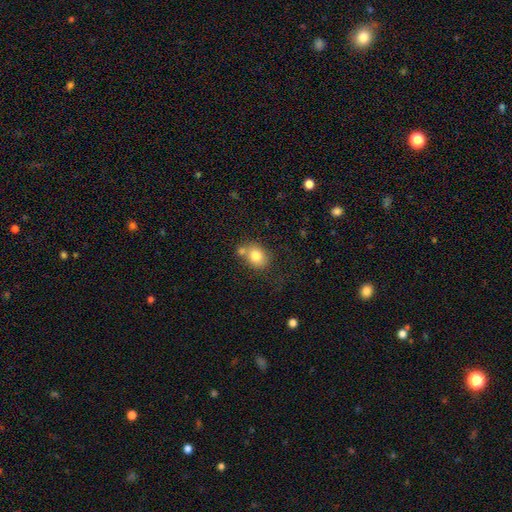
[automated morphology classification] Q: Smooth or featured?
A: smooth (80%); runner-up: featured or disk (10%)
Q: How rounded?
A: round (57%); runner-up: in between (42%)
Q: Merging?
A: none (54%); runner-up: merger (27%)